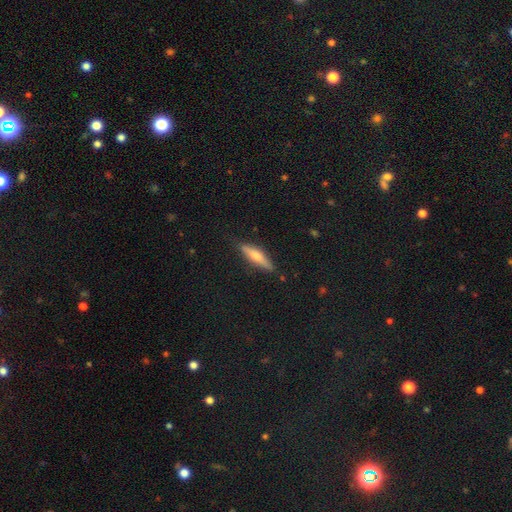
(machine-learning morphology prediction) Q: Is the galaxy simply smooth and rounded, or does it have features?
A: featured or disk — 52%.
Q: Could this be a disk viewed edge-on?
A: yes — 93%.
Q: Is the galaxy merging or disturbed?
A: none — 86%.